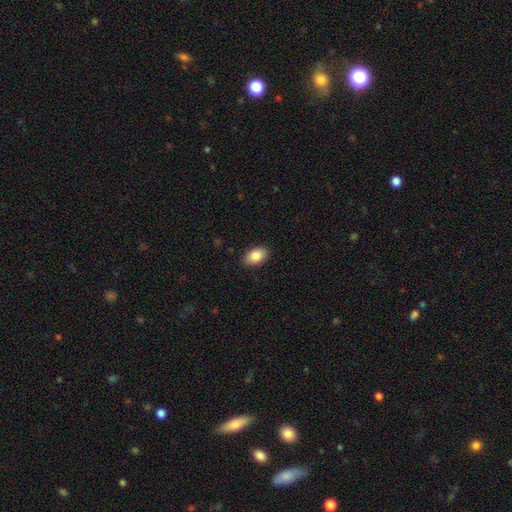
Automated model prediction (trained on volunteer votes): smooth-or-featured: smooth: 87% | star or artifact: 7% | featured or disk: 6%
  how-rounded: in between: 89% | round: 9% | cigar-shaped: 1%
  merging: none: 88% | minor disturbance: 9% | major disturbance: 2% | merger: 1%